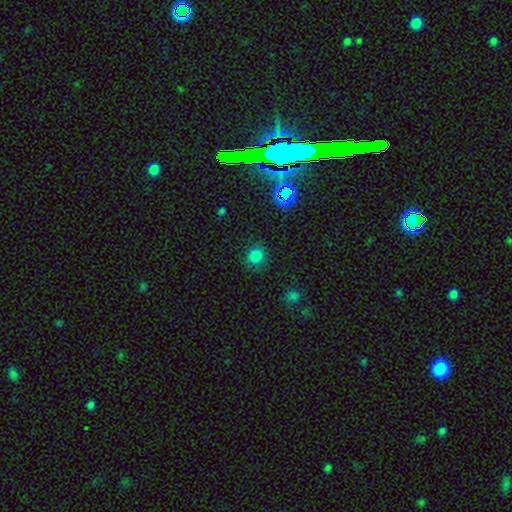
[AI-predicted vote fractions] Smooth or featured: smooth — 78% (star or artifact — 18%)
How rounded: round — 86% (in between — 13%)
Merging: none — 86% (minor disturbance — 9%)